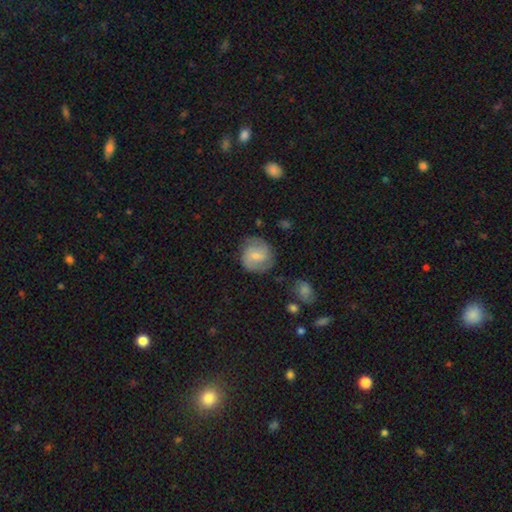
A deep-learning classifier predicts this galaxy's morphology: Smooth or featured: featured or disk — 51% (smooth — 42%)
Edge-on disk: no — 97% (yes — 3%)
Merging: none — 73% (minor disturbance — 18%)